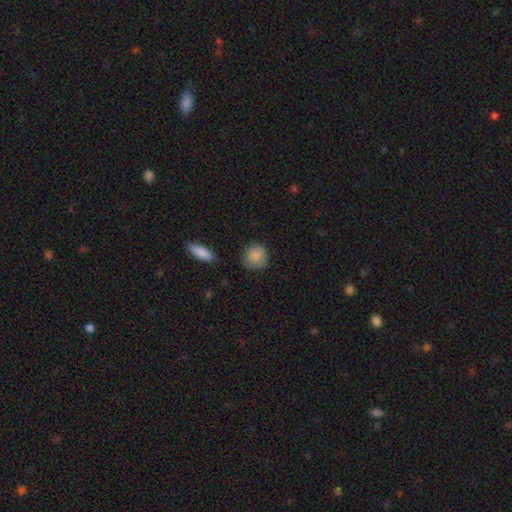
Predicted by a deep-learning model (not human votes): smooth 86%, star or artifact 7%, featured or disk 7%. Down the decision tree: how rounded — round (87%); merging — none (73%).